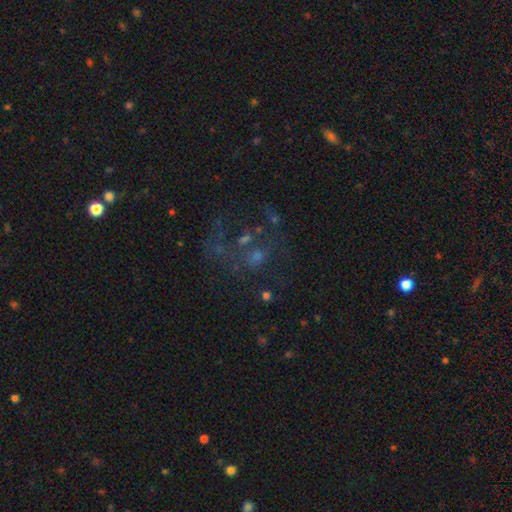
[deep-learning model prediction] This is marginally a featured or disk galaxy (36%). Merging: marginally none (37%).